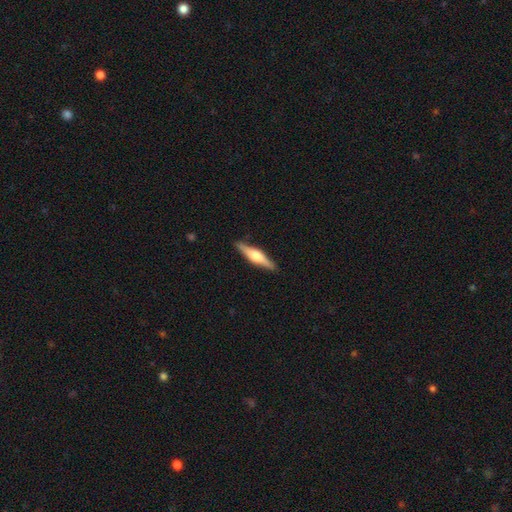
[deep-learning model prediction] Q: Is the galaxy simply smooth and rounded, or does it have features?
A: featured or disk — 62%.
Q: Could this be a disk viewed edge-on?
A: yes — 97%.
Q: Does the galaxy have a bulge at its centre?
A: rounded — 86%.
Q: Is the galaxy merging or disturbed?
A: none — 89%.